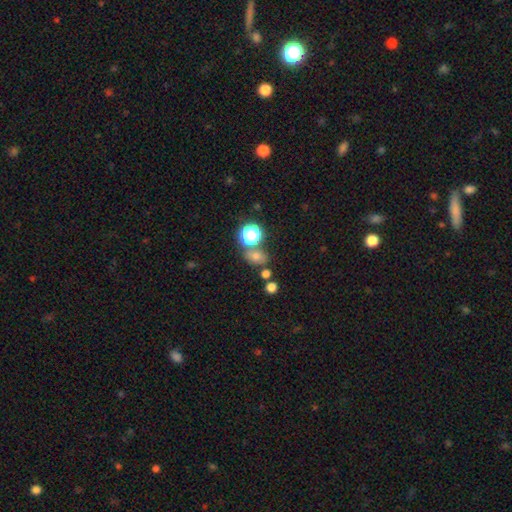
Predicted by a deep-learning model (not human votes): Morphology: type=smooth (61%); roundness=round (55%); merging=none (65%).